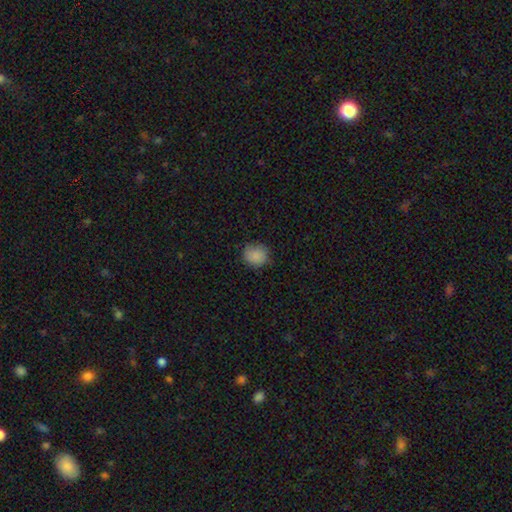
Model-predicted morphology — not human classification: Smooth or featured? Predicted: smooth (p=0.85). How rounded? Predicted: round (p=0.82). Merging? Predicted: none (p=0.76).